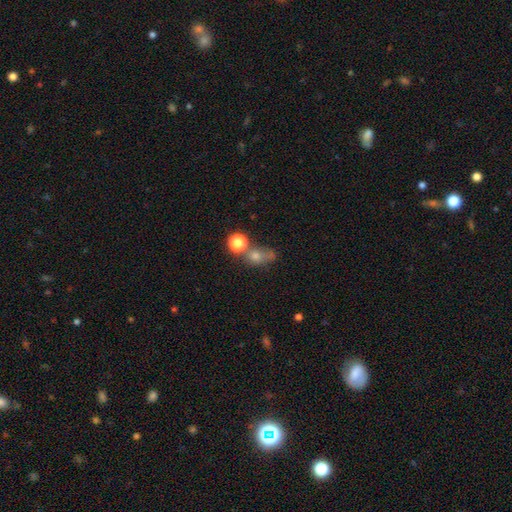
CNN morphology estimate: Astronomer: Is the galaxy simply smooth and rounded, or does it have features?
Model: smooth — 61%.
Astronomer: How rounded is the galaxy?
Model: round — 61%.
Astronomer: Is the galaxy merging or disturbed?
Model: none — 43% (runner-up: merger, 30%).